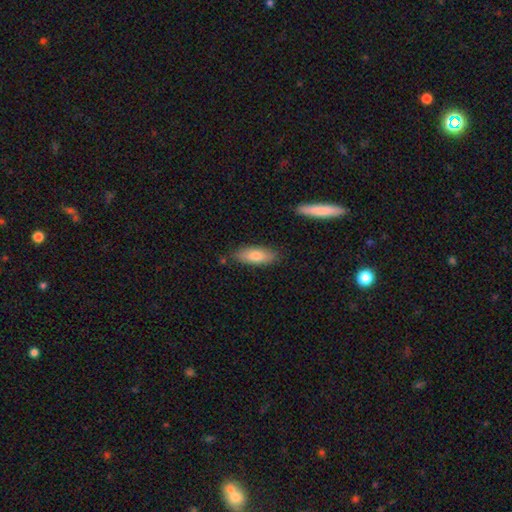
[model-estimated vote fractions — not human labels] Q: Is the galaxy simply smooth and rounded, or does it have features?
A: smooth — 77%.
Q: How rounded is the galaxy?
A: in between — 65%.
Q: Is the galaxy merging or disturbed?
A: none — 83%.